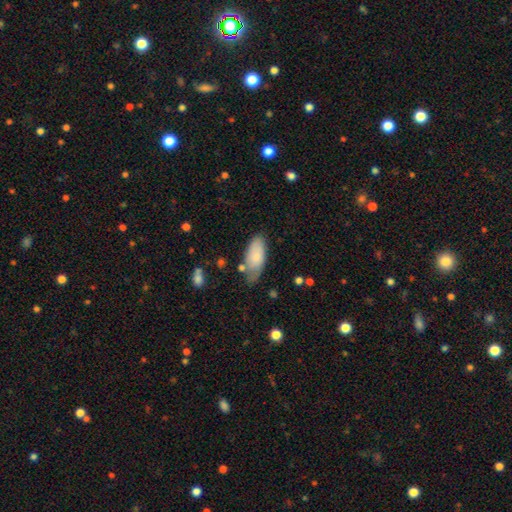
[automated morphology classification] Smooth or featured?
  - smooth: 77% *
  - featured or disk: 16%
  - star or artifact: 6%
How rounded?
  - in between: 88% *
  - cigar-shaped: 10%
  - round: 2%
Merging?
  - none: 58% *
  - minor disturbance: 29%
  - major disturbance: 7%
  - merger: 5%